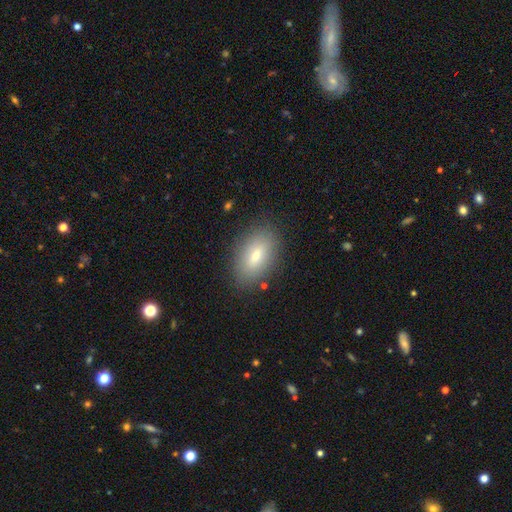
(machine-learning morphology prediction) Smooth or featured? smooth (71%)
How rounded? in between (88%)
Merging? none (85%)